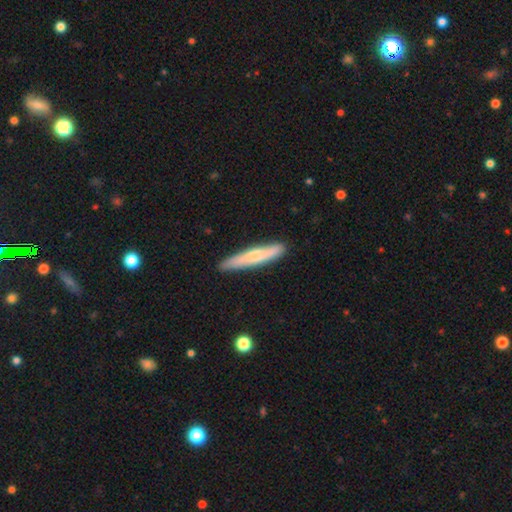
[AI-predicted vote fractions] Q: Smooth or featured?
A: smooth (62%); runner-up: featured or disk (33%)
Q: How rounded?
A: cigar-shaped (92%); runner-up: in between (7%)
Q: Merging?
A: none (85%); runner-up: minor disturbance (11%)